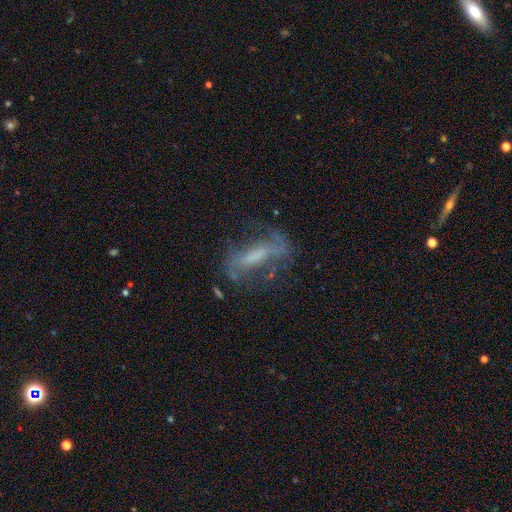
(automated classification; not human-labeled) Smooth or featured? featured or disk (63%)
Edge-on disk? no (77%)
Merging? none (54%)